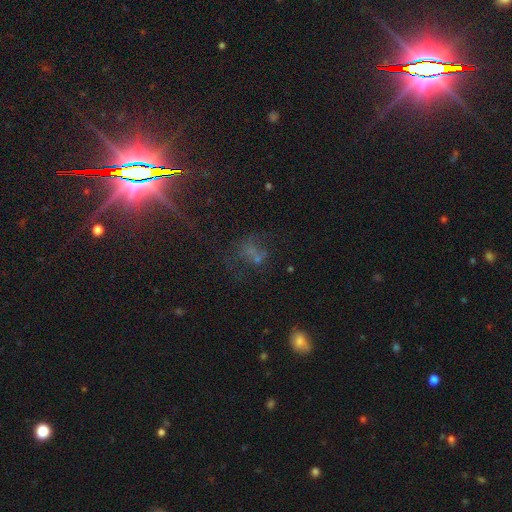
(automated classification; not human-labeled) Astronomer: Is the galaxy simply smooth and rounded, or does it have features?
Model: smooth — 37%, tied with star or artifact at 37%.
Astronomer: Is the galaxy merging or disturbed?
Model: none — 41% (runner-up: major disturbance, 27%).